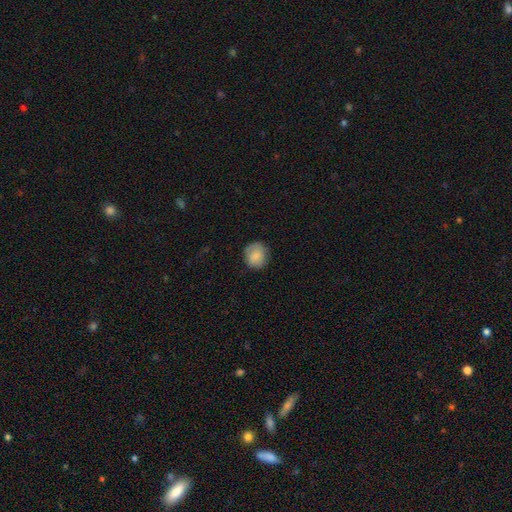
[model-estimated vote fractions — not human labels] Q: Smooth or featured?
A: smooth (83%); runner-up: featured or disk (10%)
Q: How rounded?
A: round (82%); runner-up: in between (17%)
Q: Merging?
A: none (78%); runner-up: minor disturbance (16%)